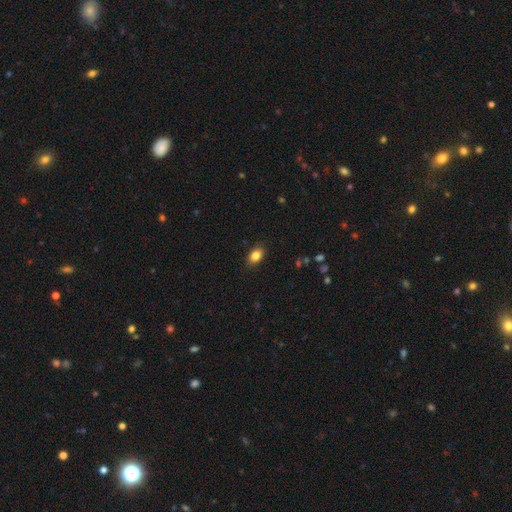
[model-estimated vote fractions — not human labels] Morphology: type=smooth (84%); roundness=in between (84%); merging=none (87%).